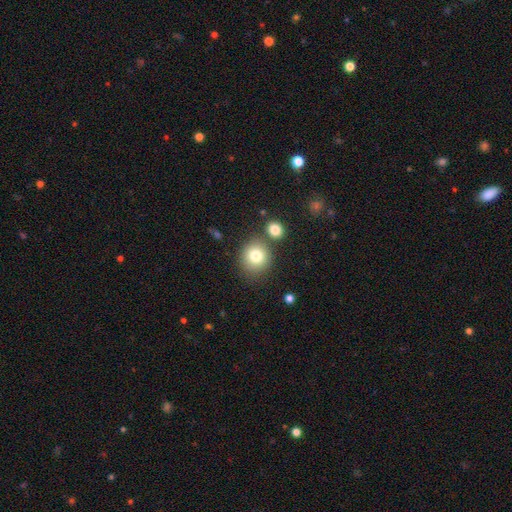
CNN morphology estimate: Smooth or featured? Predicted: smooth (p=0.80). How rounded? Predicted: round (p=0.81). Merging? Predicted: none (p=0.72).